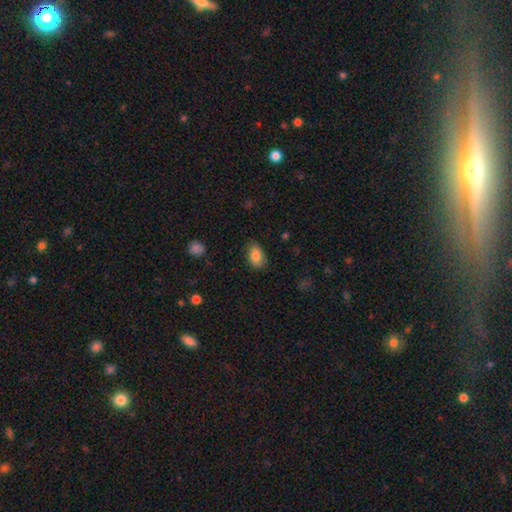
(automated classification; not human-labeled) Smooth or featured: smooth — 85% (star or artifact — 8%)
How rounded: in between — 88% (round — 10%)
Merging: none — 81% (minor disturbance — 15%)